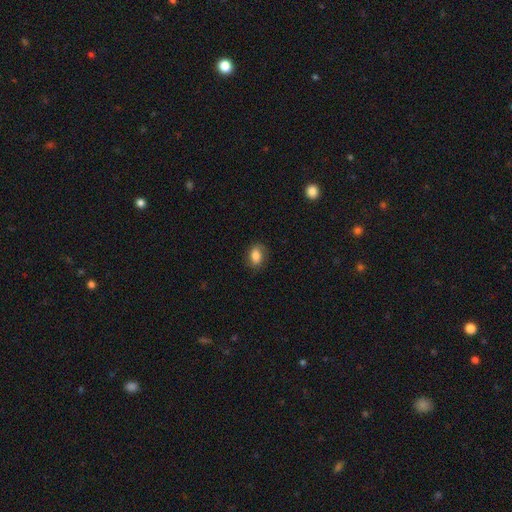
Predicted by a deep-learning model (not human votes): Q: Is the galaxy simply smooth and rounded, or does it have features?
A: smooth — 79%.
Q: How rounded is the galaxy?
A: in between — 75%.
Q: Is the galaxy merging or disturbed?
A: none — 80%.